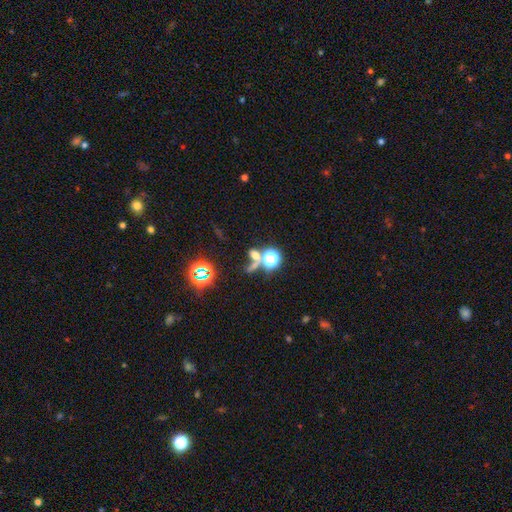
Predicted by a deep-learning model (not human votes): smooth_or_featured: smooth (p=0.47) [alt: star or artifact p=0.39]
merging: none (p=0.43) [alt: merger p=0.38]